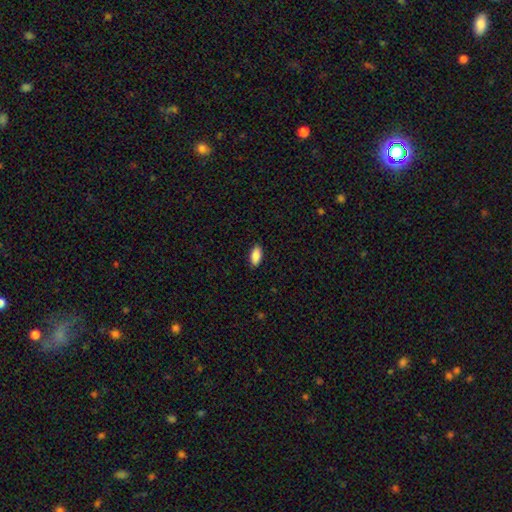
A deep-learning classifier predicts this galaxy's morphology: The model was most divided on "merging": none: 89%, minor disturbance: 8%, major disturbance: 2%, merger: 1%. More confident: how rounded — in between (91%); smooth or featured — smooth (89%).